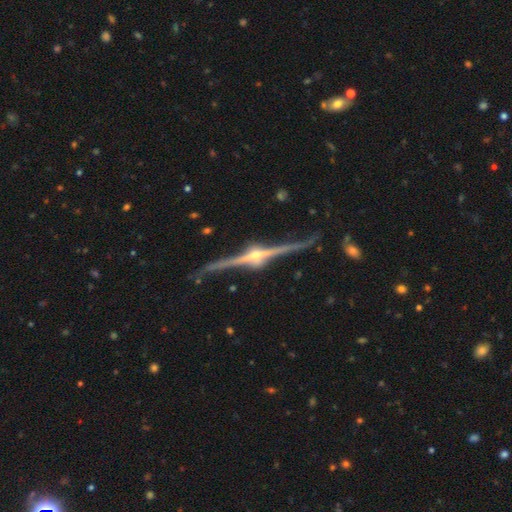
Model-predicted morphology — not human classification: This is clearly a featured or disk galaxy (92%). It is clearly viewed edge-on (98%). Edge-on bulge: clearly rounded (95%). Merging: clearly none (83%).